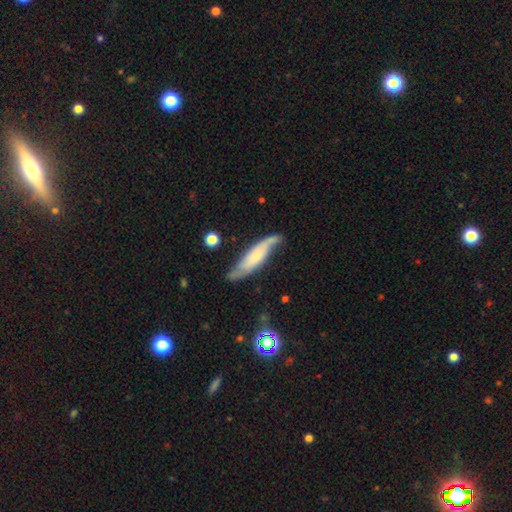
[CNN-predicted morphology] Smooth or featured: featured or disk — 58% (smooth — 35%)
Edge-on disk: no — 63% (yes — 37%)
Merging: none — 65% (minor disturbance — 24%)